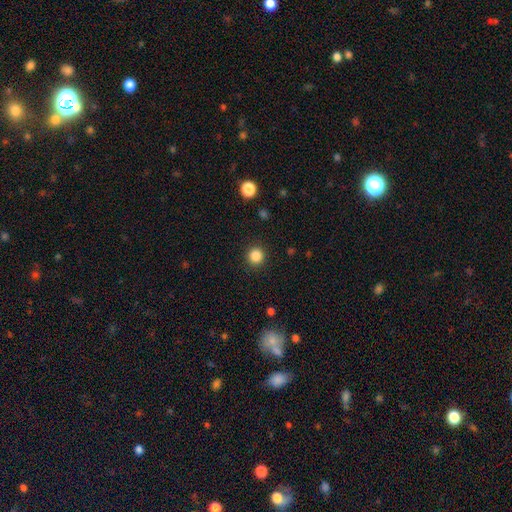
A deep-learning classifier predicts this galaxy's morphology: Smooth or featured: smooth — 85% (star or artifact — 12%)
How rounded: round — 94% (in between — 5%)
Merging: none — 91% (minor disturbance — 5%)